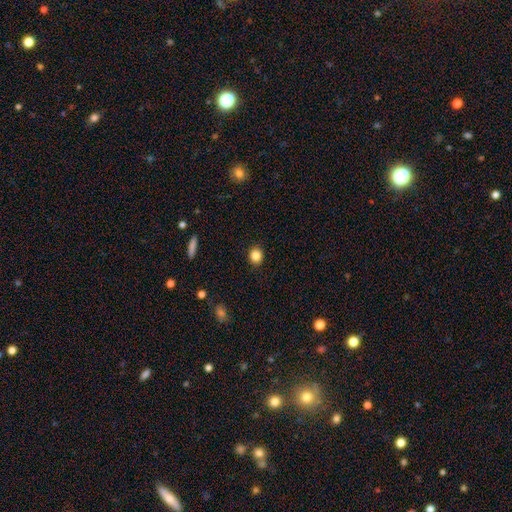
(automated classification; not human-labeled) A smooth galaxy with no disk features (85%) that is round (76%).

Vote fractions:
- Smooth or featured? smooth: 85% / star or artifact: 11% / featured or disk: 5%
- How rounded? round: 76% / in between: 23% / cigar-shaped: 1%
- Merging? none: 90% / minor disturbance: 7% / major disturbance: 2% / merger: 1%